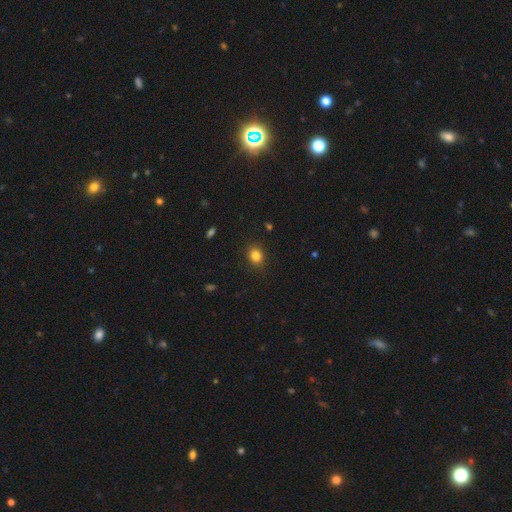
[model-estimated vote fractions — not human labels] Smooth or featured? smooth (83%)
How rounded? round (65%)
Merging? none (87%)